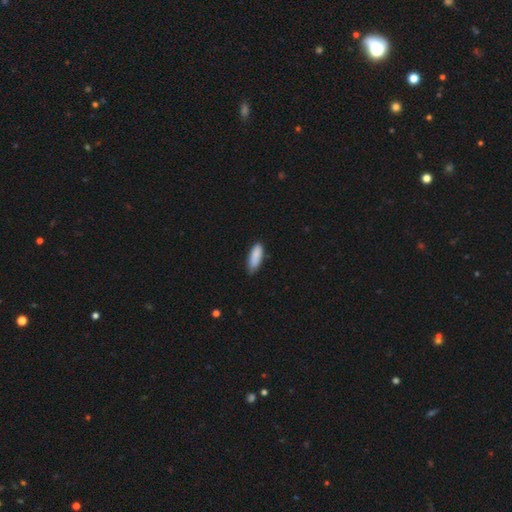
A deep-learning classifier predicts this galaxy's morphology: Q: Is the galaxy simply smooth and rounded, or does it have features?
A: smooth — 88%.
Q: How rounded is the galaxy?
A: in between — 65%.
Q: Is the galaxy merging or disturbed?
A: none — 71%.